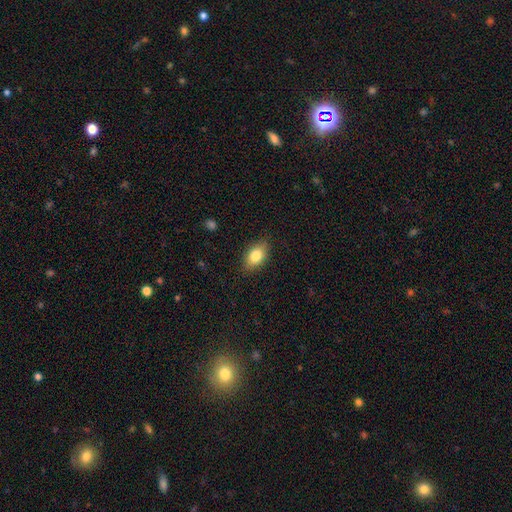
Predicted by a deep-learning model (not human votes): The model was most divided on "smooth or featured": smooth: 81%, featured or disk: 12%, star or artifact: 8%. More confident: how rounded — in between (88%); merging — none (84%).